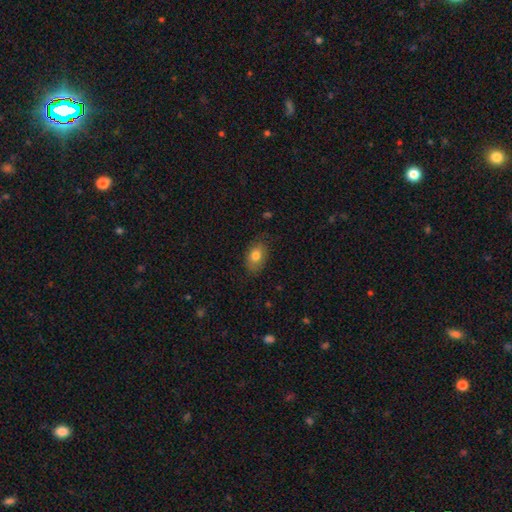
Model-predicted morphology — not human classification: Overall: smooth (78%). How rounded: in between (83%). Merging: none (76%).